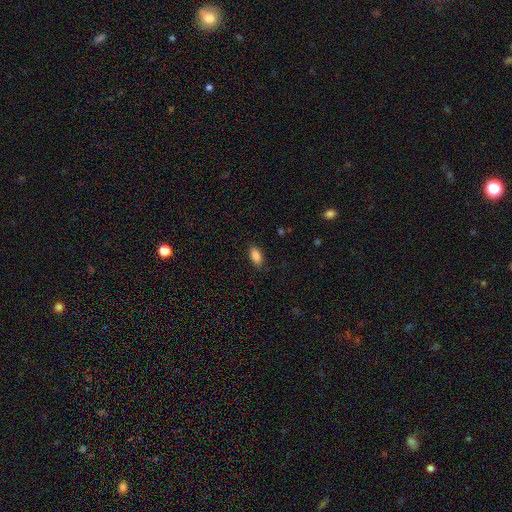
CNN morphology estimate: type=smooth (87%); roundness=in between (90%); merging=none (86%).